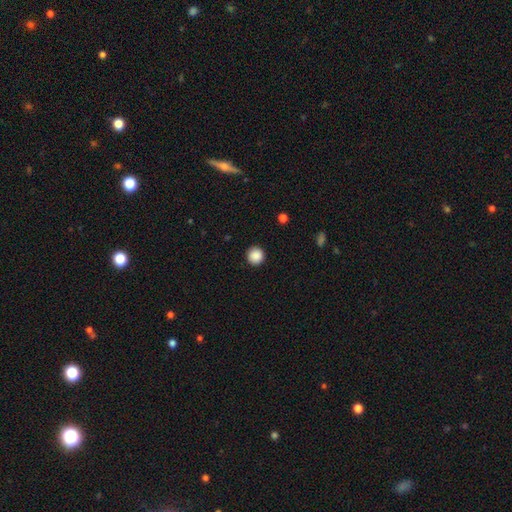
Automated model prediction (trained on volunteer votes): smooth-or-featured: smooth: 88% | star or artifact: 9% | featured or disk: 3%
  how-rounded: round: 95% | in between: 4% | cigar-shaped: 1%
  merging: none: 92% | minor disturbance: 5% | major disturbance: 2% | merger: 1%